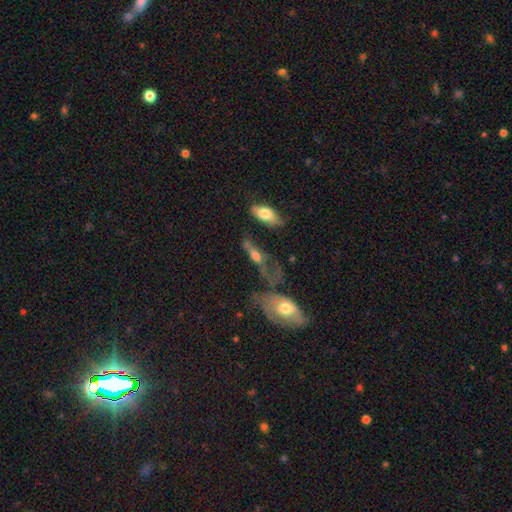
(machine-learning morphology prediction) Overall: featured or disk (46%; smooth 43%). Merging: none (32%; major disturbance 30%).